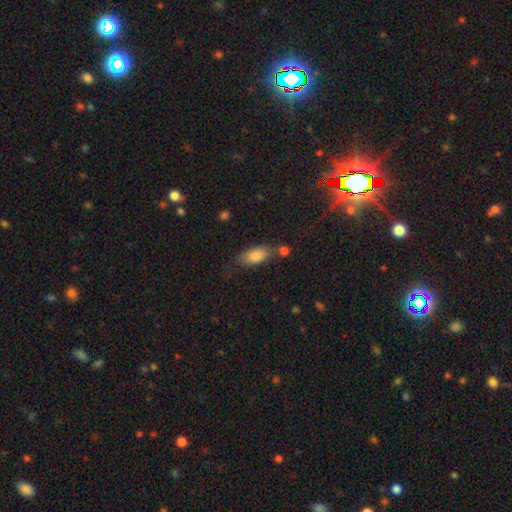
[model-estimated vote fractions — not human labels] This appears to be a smooth galaxy with no disk features (83%) that is in between round and cigar-shaped (85%). Merging: none (68%).